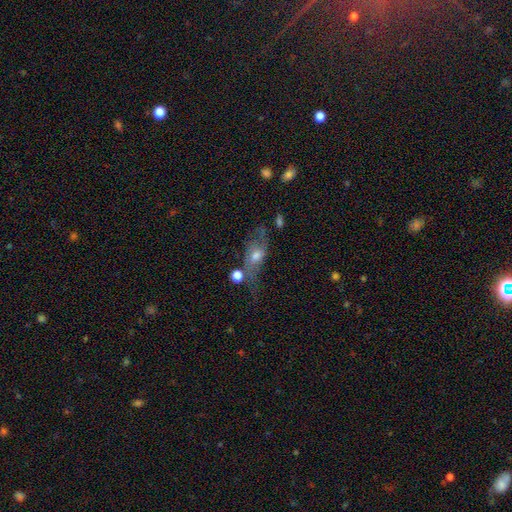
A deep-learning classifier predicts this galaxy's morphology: Q: Smooth or featured?
A: featured or disk (46%); runner-up: smooth (41%)
Q: Merging?
A: none (39%); runner-up: major disturbance (26%)